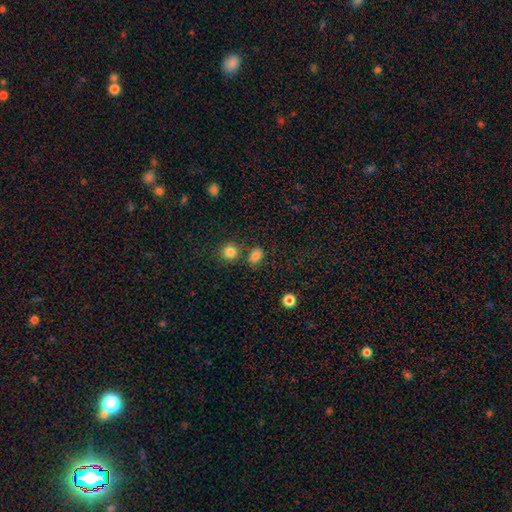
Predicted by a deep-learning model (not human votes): smooth-or-featured: smooth: 82% | star or artifact: 13% | featured or disk: 5%
  how-rounded: round: 50% | in between: 49% | cigar-shaped: 1%
  merging: none: 72% | merger: 13% | minor disturbance: 11% | major disturbance: 4%